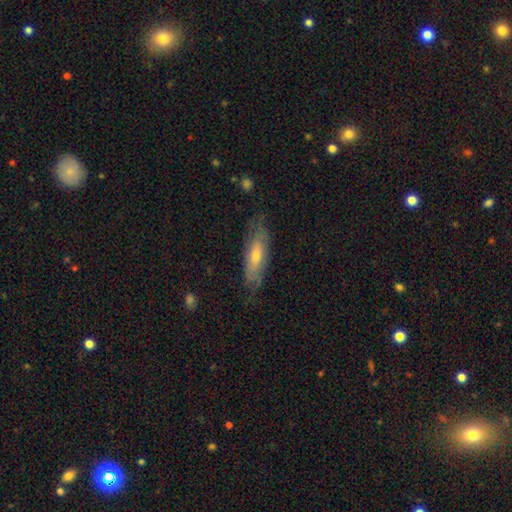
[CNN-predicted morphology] Q: Smooth or featured?
A: smooth (52%); runner-up: featured or disk (42%)
Q: How rounded?
A: in between (52%); runner-up: cigar-shaped (46%)
Q: Merging?
A: none (72%); runner-up: minor disturbance (21%)